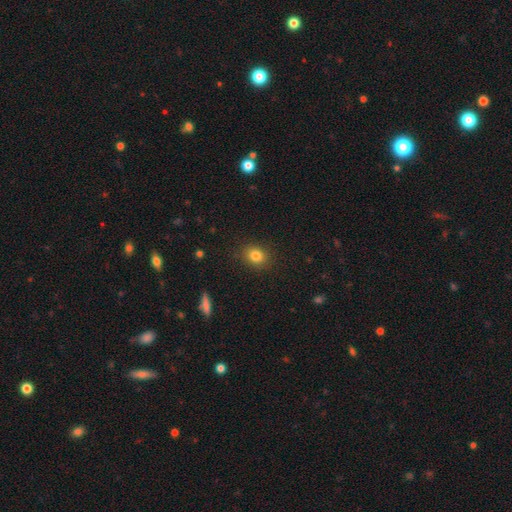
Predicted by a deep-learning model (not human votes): smooth_or_featured: smooth (p=0.82) [alt: star or artifact p=0.11]
how_rounded: round (p=0.59) [alt: in between p=0.40]
merging: none (p=0.87) [alt: minor disturbance p=0.09]